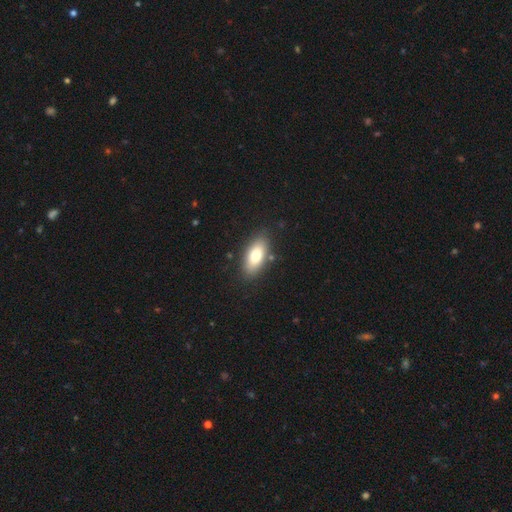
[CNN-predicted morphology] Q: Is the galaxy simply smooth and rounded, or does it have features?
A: smooth — 74%.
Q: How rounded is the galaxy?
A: in between — 88%.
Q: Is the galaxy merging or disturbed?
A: none — 84%.